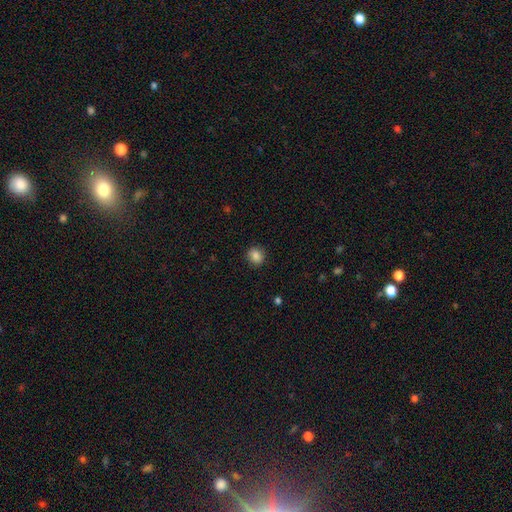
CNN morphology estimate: A smooth galaxy with no disk features (86%) that is round (77%).

Vote fractions:
- Smooth or featured? smooth: 86% / star or artifact: 10% / featured or disk: 5%
- How rounded? round: 77% / in between: 22% / cigar-shaped: 1%
- Merging? none: 89% / minor disturbance: 8% / major disturbance: 2% / merger: 1%